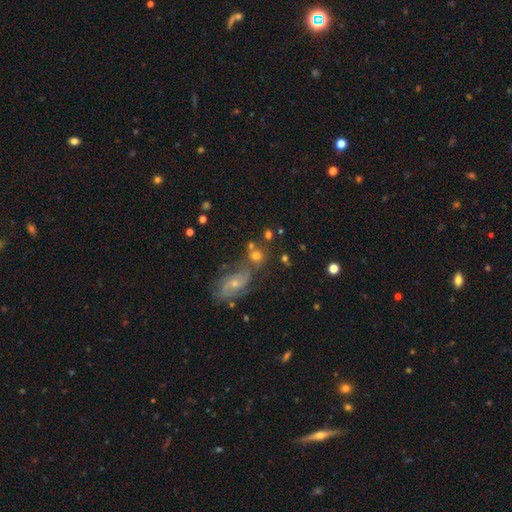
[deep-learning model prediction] featured or disk 42%, smooth 37%, star or artifact 21%. Down the decision tree: merging — none (57%).